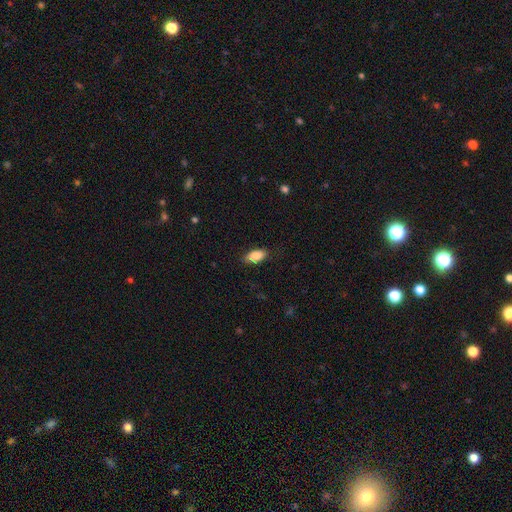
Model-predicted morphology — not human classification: smooth 84%, featured or disk 9%, star or artifact 7%. Down the decision tree: how rounded — in between (90%); merging — none (84%).